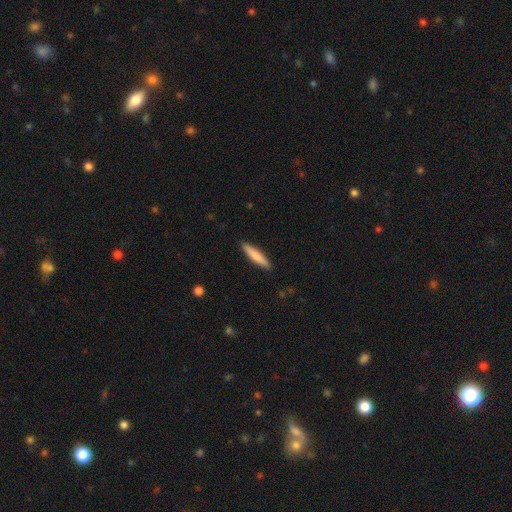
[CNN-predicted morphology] Smooth or featured? smooth (79%)
How rounded? cigar-shaped (89%)
Merging? none (91%)